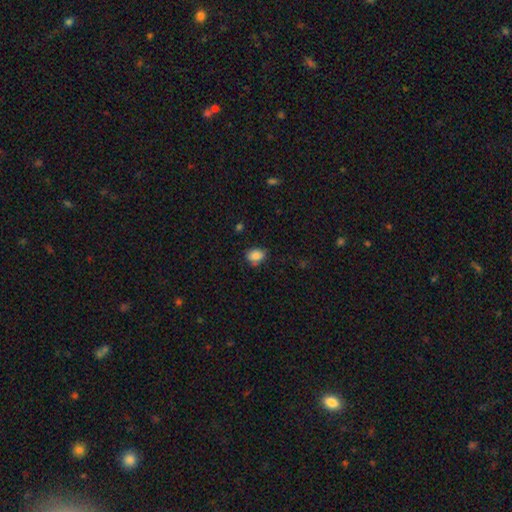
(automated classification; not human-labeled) Smooth or featured? Predicted: smooth (p=0.84). How rounded? Predicted: in between (p=0.70). Merging? Predicted: none (p=0.71).